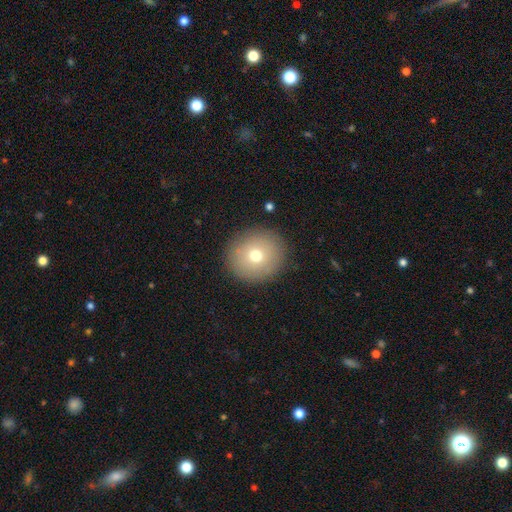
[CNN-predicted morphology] Overall: smooth (71%). How rounded: round (91%). Merging: none (89%).